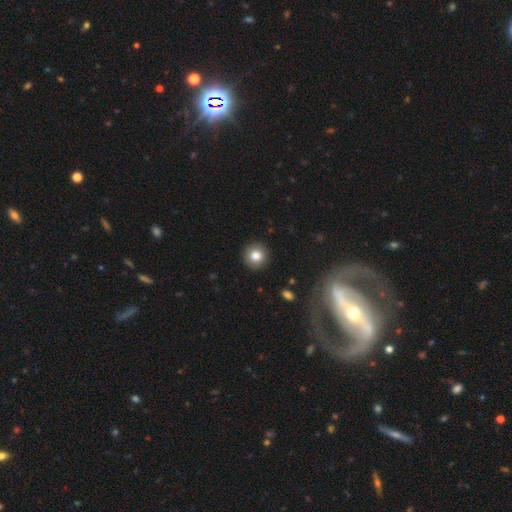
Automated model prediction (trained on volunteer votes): The model was most divided on "smooth or featured": smooth: 82%, star or artifact: 10%, featured or disk: 9%. More confident: how rounded — round (95%); merging — none (92%).